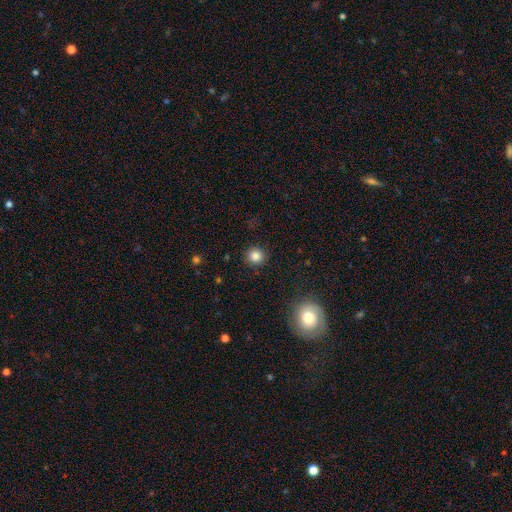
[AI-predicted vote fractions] Smooth or featured? Predicted: smooth (p=0.84). How rounded? Predicted: round (p=0.92). Merging? Predicted: none (p=0.90).